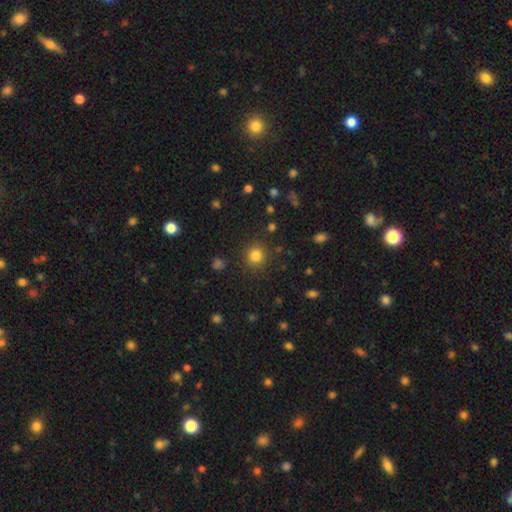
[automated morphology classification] Smooth or featured? Predicted: smooth (p=0.82). How rounded? Predicted: round (p=0.92). Merging? Predicted: none (p=0.89).